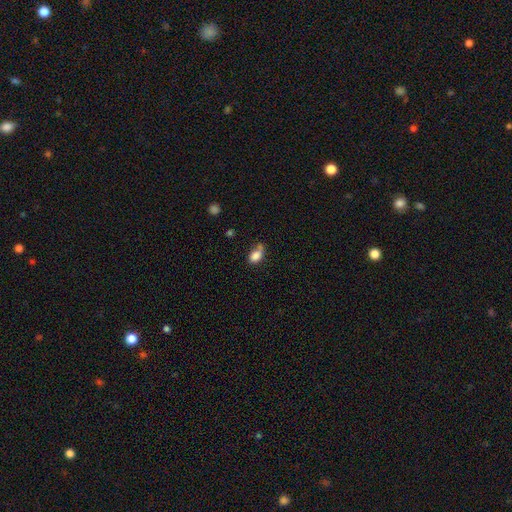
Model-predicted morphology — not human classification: Smooth or featured: smooth — 83% (star or artifact — 9%)
How rounded: in between — 81% (round — 17%)
Merging: none — 44% (minor disturbance — 29%)